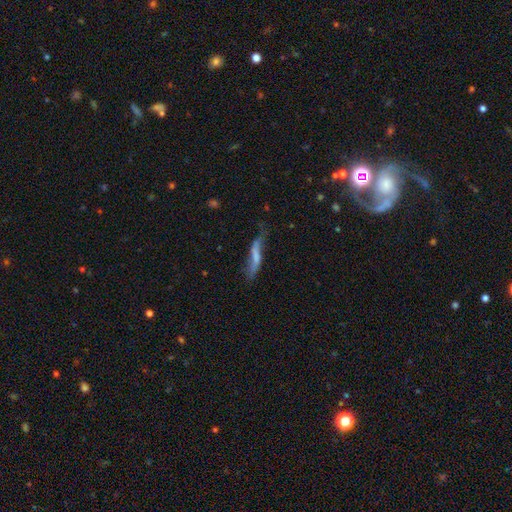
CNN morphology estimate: smooth-or-featured: smooth: 50% | featured or disk: 42% | star or artifact: 8%
  how-rounded: cigar-shaped: 81% | in between: 17% | round: 2%
  merging: none: 40% | minor disturbance: 31% | major disturbance: 23% | merger: 6%